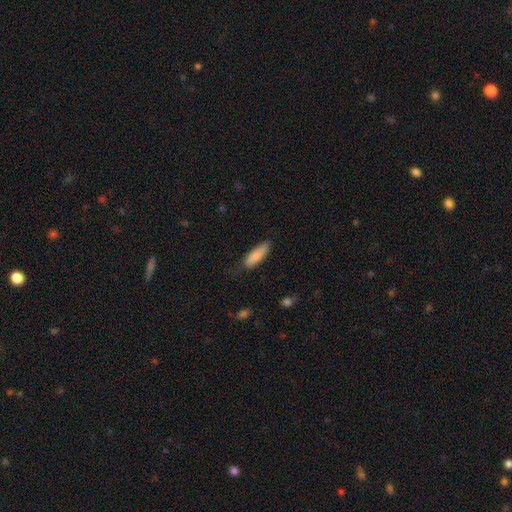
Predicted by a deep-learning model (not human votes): A smooth galaxy with no disk features (86%) that is cigar-shaped (55%).

Vote fractions:
- Smooth or featured? smooth: 86% / featured or disk: 9% / star or artifact: 6%
- How rounded? cigar-shaped: 55% / in between: 43% / round: 2%
- Merging? none: 73% / minor disturbance: 21% / major disturbance: 4% / merger: 2%